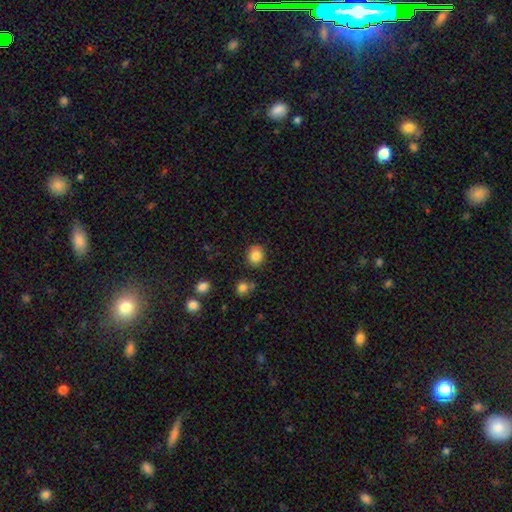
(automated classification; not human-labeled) Morphology: type=smooth (85%); roundness=round (80%); merging=none (85%).